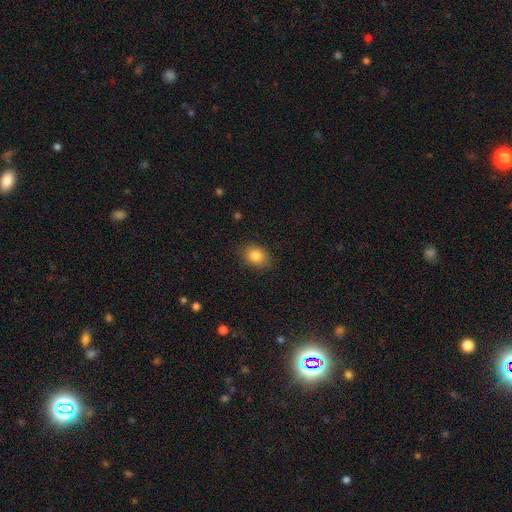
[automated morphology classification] Smooth or featured: smooth — 83% (star or artifact — 10%)
How rounded: in between — 60% (round — 39%)
Merging: none — 85% (minor disturbance — 11%)